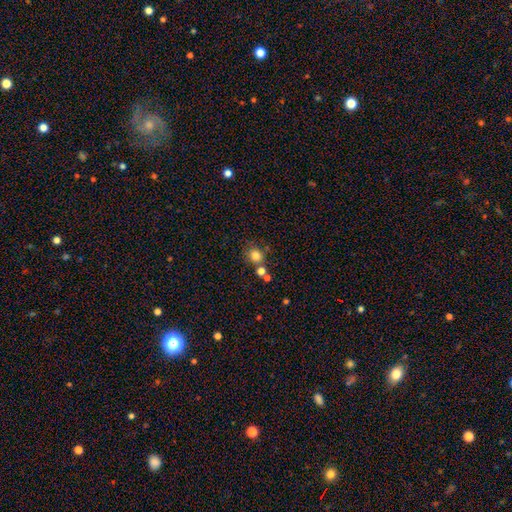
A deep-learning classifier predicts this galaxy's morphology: smooth 80%, star or artifact 13%, featured or disk 7%. Down the decision tree: how rounded — round (77%); merging — none (65%).